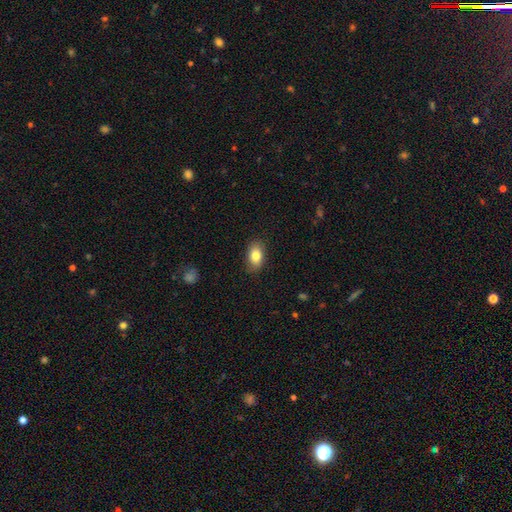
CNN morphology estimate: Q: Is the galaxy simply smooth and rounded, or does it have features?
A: smooth — 83%.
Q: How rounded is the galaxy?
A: in between — 88%.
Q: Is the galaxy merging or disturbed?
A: none — 85%.